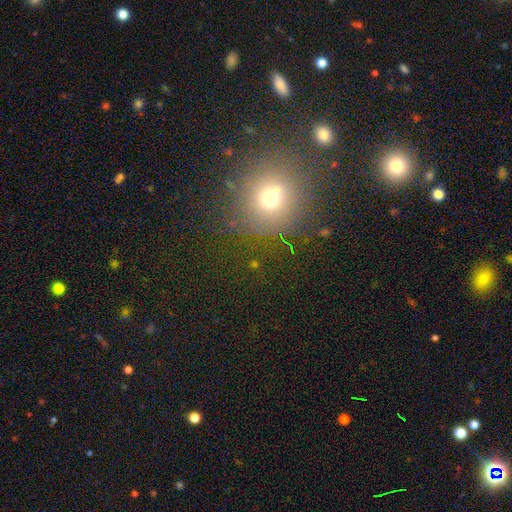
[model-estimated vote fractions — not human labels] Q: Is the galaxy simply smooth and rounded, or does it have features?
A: smooth — 57%.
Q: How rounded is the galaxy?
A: round — 87%.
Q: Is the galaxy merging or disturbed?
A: none — 87%.